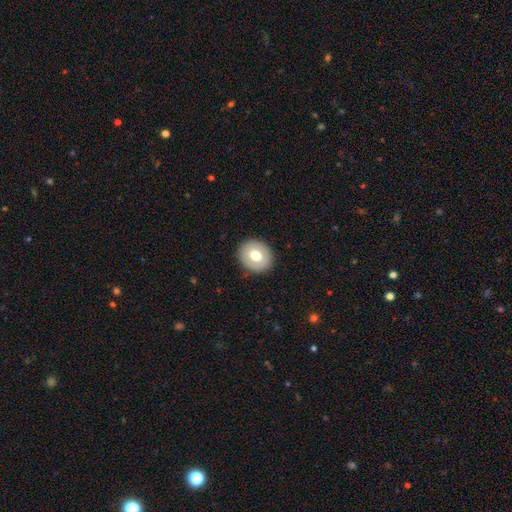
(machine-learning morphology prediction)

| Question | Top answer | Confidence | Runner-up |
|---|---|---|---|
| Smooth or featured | smooth | 68% | featured or disk (25%) |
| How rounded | round | 70% | in between (29%) |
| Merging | none | 90% | minor disturbance (7%) |